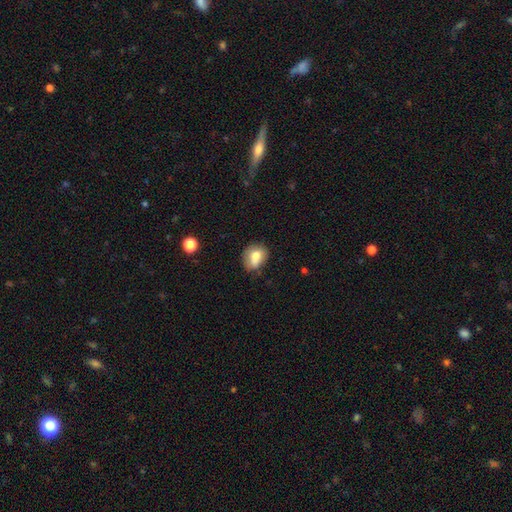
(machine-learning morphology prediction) This is likely a smooth galaxy (71%). How rounded: possibly round (57%). Merging: possibly none (56%).